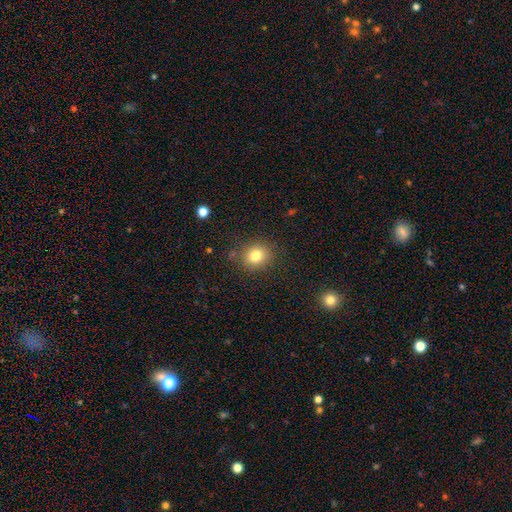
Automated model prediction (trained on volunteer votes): smooth_or_featured: smooth (p=0.80) [alt: star or artifact p=0.12]
how_rounded: round (p=0.78) [alt: in between p=0.21]
merging: none (p=0.85) [alt: minor disturbance p=0.09]